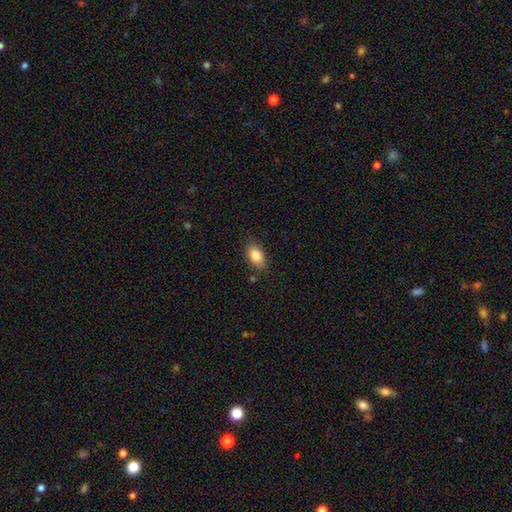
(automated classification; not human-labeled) smooth_or_featured: smooth (p=0.83) [alt: featured or disk p=0.09]
how_rounded: in between (p=0.87) [alt: round p=0.09]
merging: none (p=0.80) [alt: minor disturbance p=0.15]